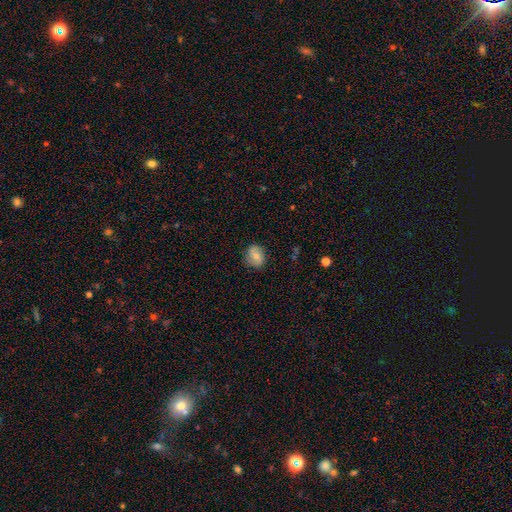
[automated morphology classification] Smooth or featured: smooth — 63% (featured or disk — 28%)
How rounded: in between — 51% (round — 48%)
Merging: none — 79% (minor disturbance — 16%)